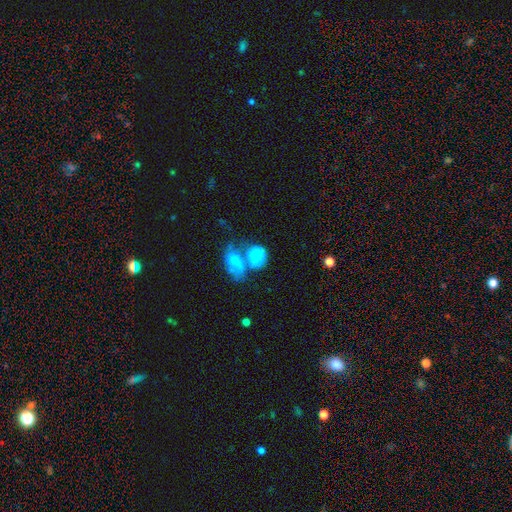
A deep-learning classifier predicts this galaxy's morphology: smooth-or-featured: smooth: 77% | featured or disk: 15% | star or artifact: 8%
  how-rounded: in between: 69% | round: 29% | cigar-shaped: 2%
  merging: merger: 63% | none: 18% | minor disturbance: 10% | major disturbance: 9%